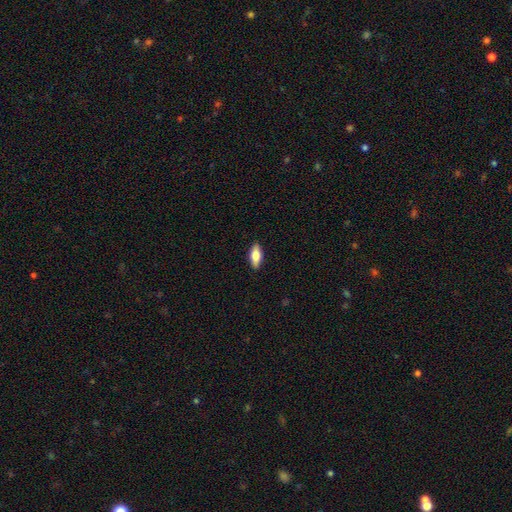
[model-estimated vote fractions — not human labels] Q: Smooth or featured?
A: smooth (68%); runner-up: featured or disk (26%)
Q: How rounded?
A: in between (74%); runner-up: cigar-shaped (24%)
Q: Merging?
A: none (89%); runner-up: minor disturbance (8%)